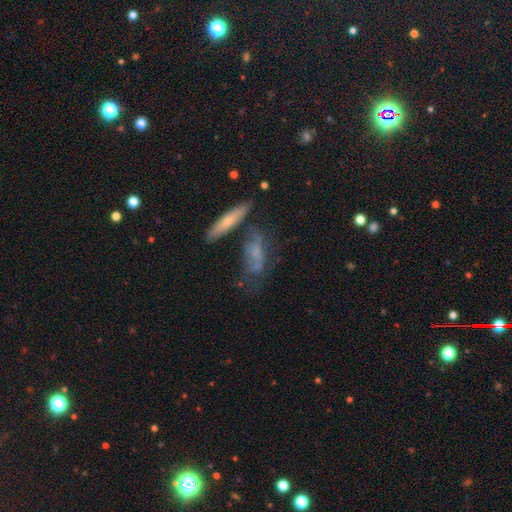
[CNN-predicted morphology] type=smooth (44%); merging=none (46%).